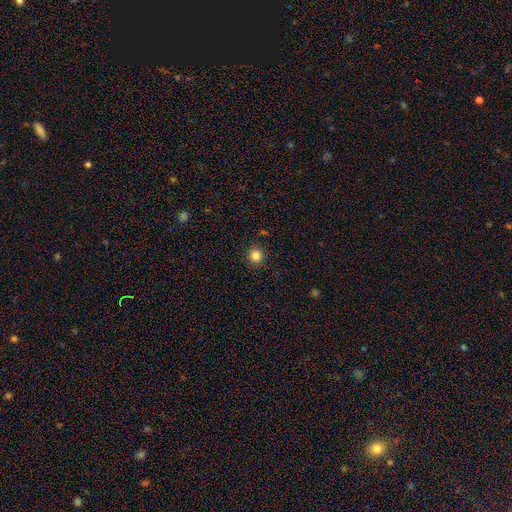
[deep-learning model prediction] smooth-or-featured: smooth: 84% | star or artifact: 12% | featured or disk: 4%
  how-rounded: round: 94% | in between: 5% | cigar-shaped: 1%
  merging: none: 91% | minor disturbance: 6% | major disturbance: 2% | merger: 1%